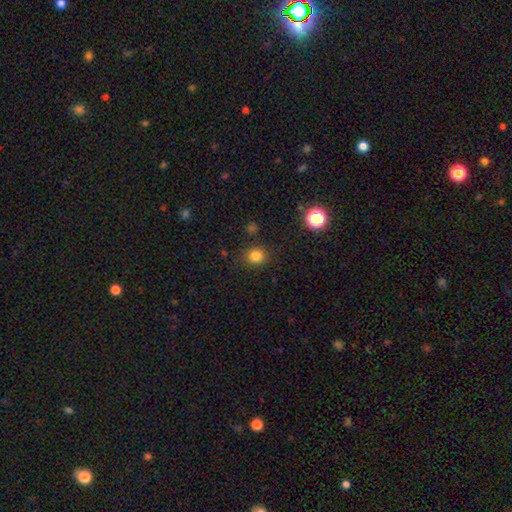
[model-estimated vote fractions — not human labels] A smooth galaxy with no disk features (81%) that is round (87%).

Vote fractions:
- Smooth or featured? smooth: 81% / star or artifact: 14% / featured or disk: 5%
- How rounded? round: 87% / in between: 12% / cigar-shaped: 1%
- Merging? none: 87% / minor disturbance: 8% / major disturbance: 3% / merger: 2%